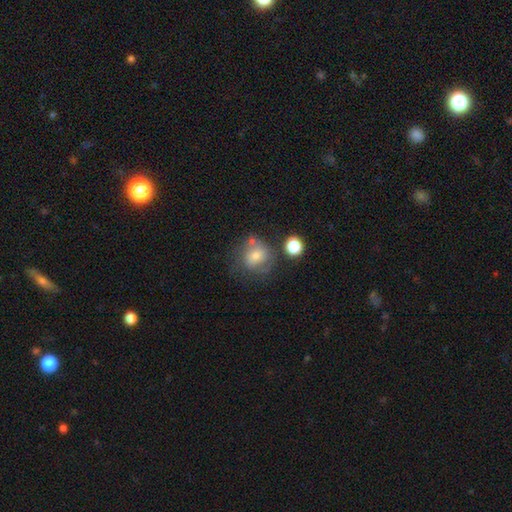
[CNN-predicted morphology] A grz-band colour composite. It shows a smooth galaxy with no disk features (50%). Merging: none (54%).